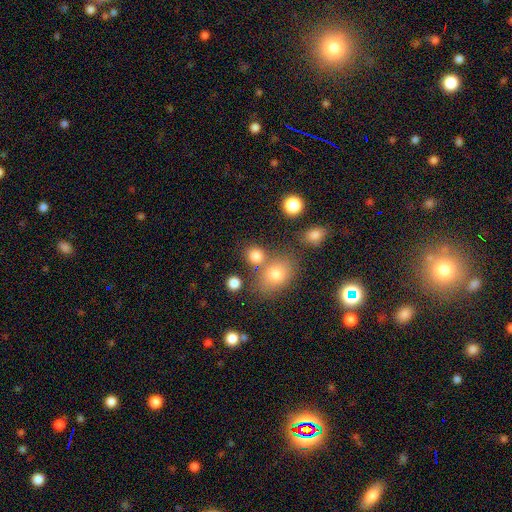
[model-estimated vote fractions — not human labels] The model was most divided on "merging": none: 62%, merger: 24%, minor disturbance: 10%, major disturbance: 4%. More confident: smooth or featured — smooth (79%); how rounded — round (72%).